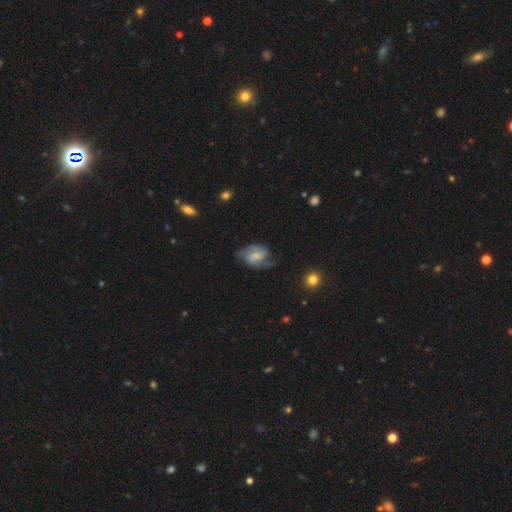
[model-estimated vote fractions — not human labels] This appears to be a featured or disk galaxy (60%) with a weak bar (48%), 2 (70%) medium (45%) spiral arms (86%) and a small central bulge (40%). Merging: none (52%).